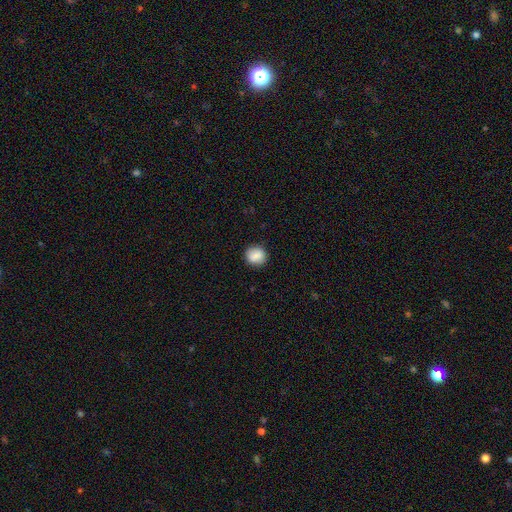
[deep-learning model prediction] This is clearly a smooth galaxy (86%). How rounded: clearly round (84%). Merging: clearly none (86%).